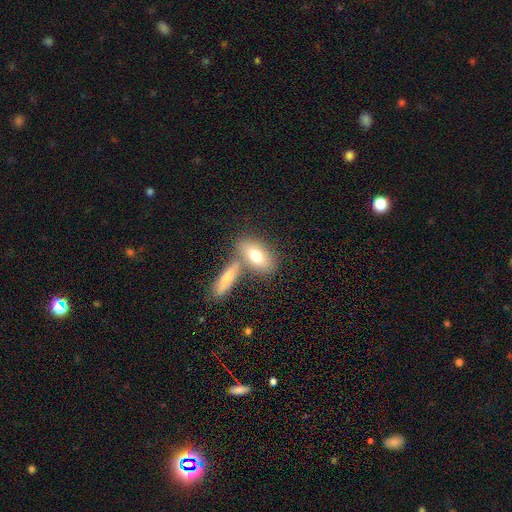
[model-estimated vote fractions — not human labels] This appears to be a smooth galaxy with no disk features (72%) that is in between round and cigar-shaped (81%). Merging: none (56%).